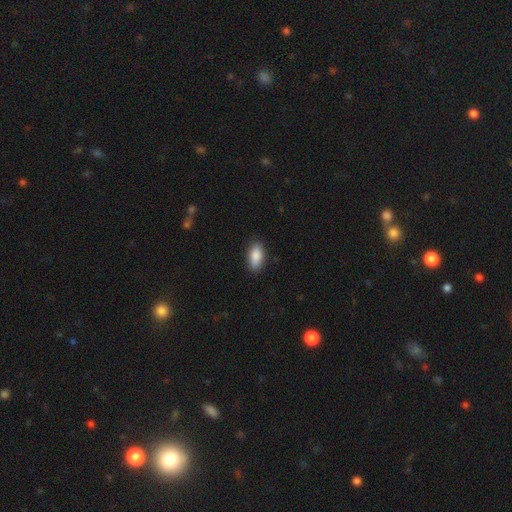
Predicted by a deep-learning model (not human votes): Overall: smooth (88%). How rounded: in between (91%). Merging: none (87%).